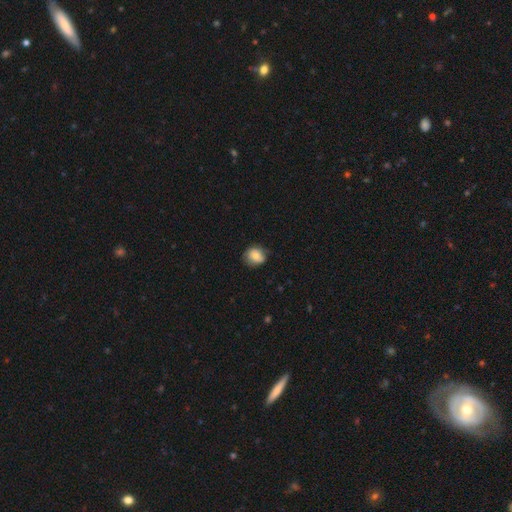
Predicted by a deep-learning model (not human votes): The model was most divided on "merging": none: 65%, minor disturbance: 27%, major disturbance: 6%, merger: 1%. More confident: smooth or featured — smooth (72%); how rounded — round (70%).